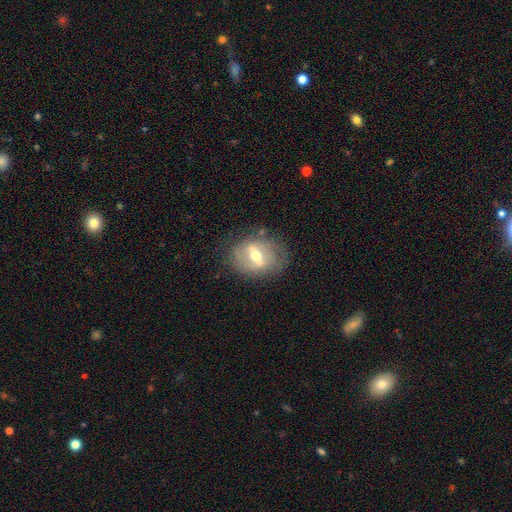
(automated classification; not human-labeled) This appears to be a featured or disk galaxy (68%) with a strong bar (55%), no spiral arms (55%) and a moderate central bulge (70%). Merging: none (72%).